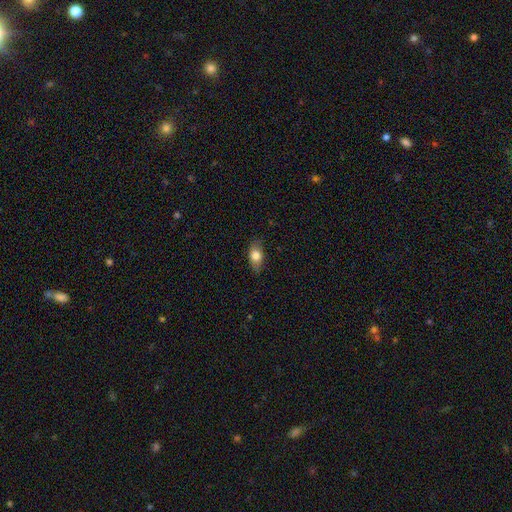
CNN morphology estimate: This is likely a smooth galaxy (74%). How rounded: clearly in between (83%). Merging: likely none (79%).